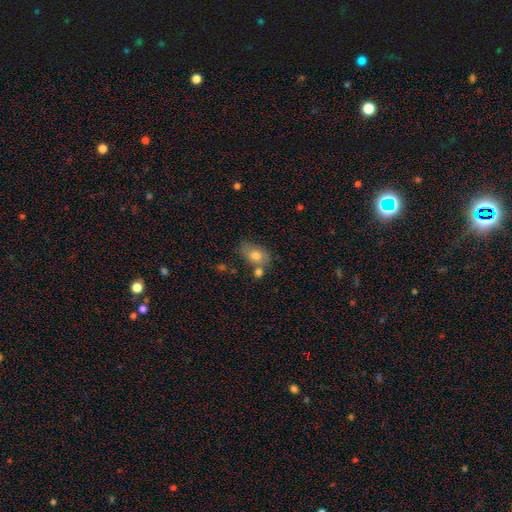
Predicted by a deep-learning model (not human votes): A smooth galaxy with no disk features (75%) that is in between round and cigar-shaped (84%). Merging: none (57%).